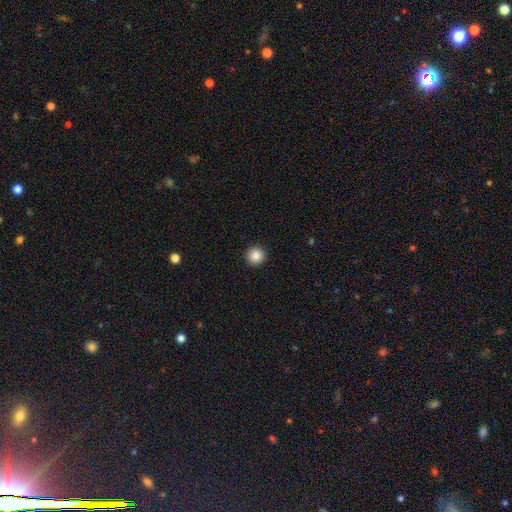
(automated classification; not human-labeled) A smooth galaxy with no disk features (86%) that is round (96%). Merging: none (94%).